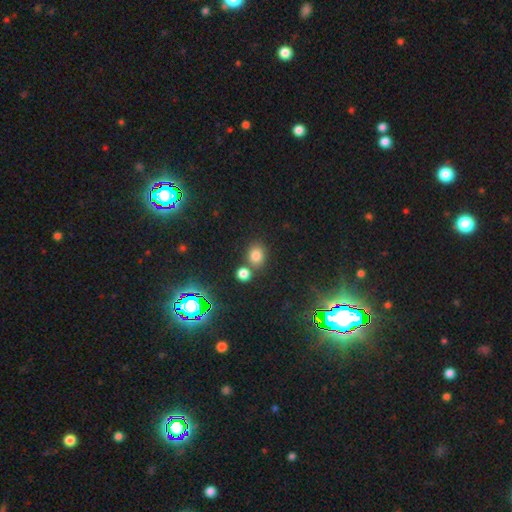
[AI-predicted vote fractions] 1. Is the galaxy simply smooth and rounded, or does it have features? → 74% smooth, 20% star or artifact, 6% featured or disk.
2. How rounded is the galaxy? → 61% round, 38% in between, 1% cigar-shaped.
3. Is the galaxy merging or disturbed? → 67% none, 21% merger, 9% minor disturbance, 3% major disturbance.